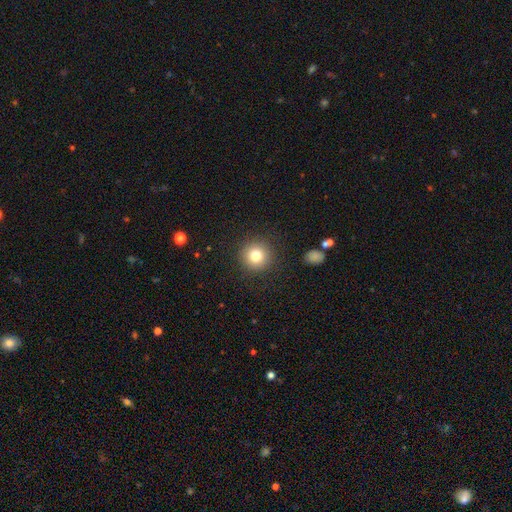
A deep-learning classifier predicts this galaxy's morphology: type=smooth (79%); roundness=round (95%); merging=none (90%).